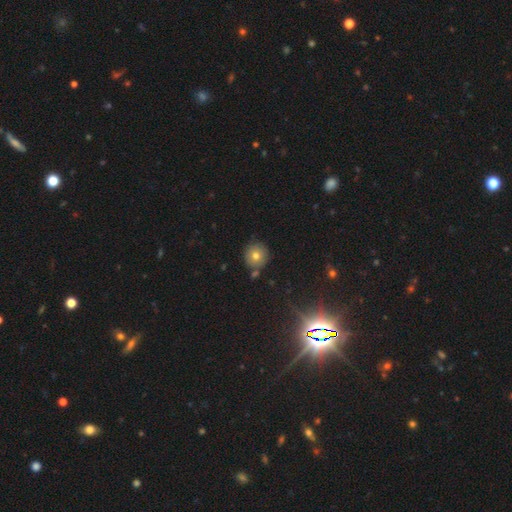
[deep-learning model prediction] smooth 72%, star or artifact 14%, featured or disk 14%. Down the decision tree: how rounded — round (94%); merging — none (80%).